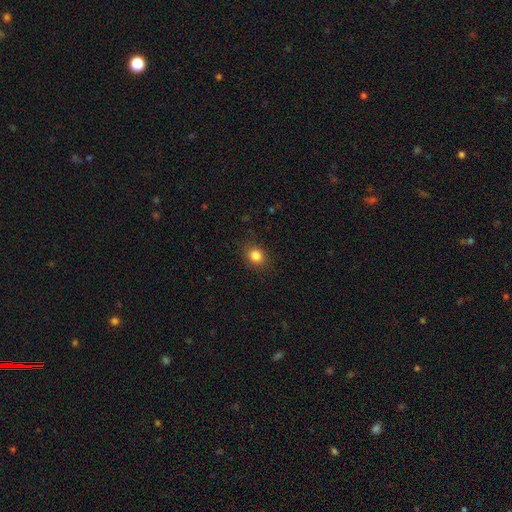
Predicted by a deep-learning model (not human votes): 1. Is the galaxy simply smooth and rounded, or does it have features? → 84% smooth, 11% star or artifact, 5% featured or disk.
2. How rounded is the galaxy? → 59% round, 40% in between, 1% cigar-shaped.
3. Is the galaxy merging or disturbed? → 87% none, 10% minor disturbance, 3% major disturbance, 1% merger.